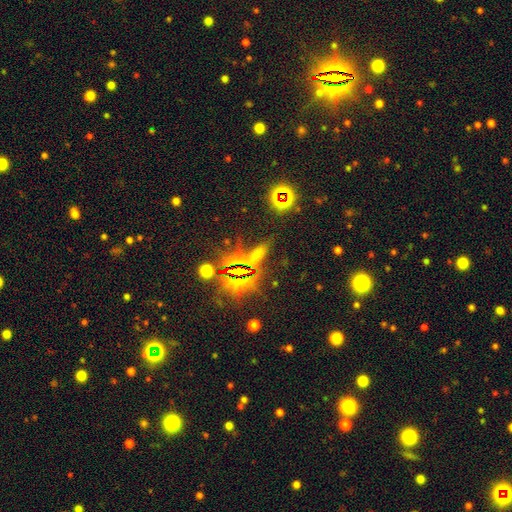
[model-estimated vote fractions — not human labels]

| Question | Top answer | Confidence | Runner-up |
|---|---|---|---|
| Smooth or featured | star or artifact | 50% | smooth (36%) |